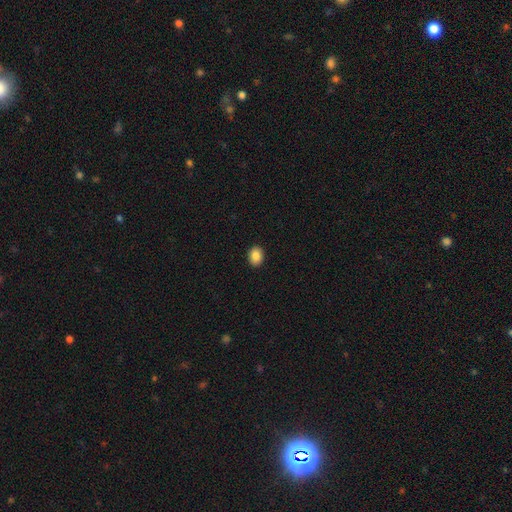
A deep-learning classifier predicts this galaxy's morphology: Smooth or featured? smooth (88%)
How rounded? in between (64%)
Merging? none (92%)